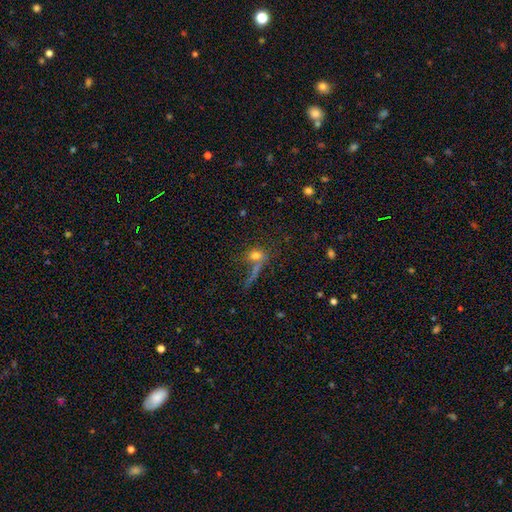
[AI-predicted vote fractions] This is likely a smooth galaxy (70%). How rounded: possibly round (50%). Merging: marginally none (43%).